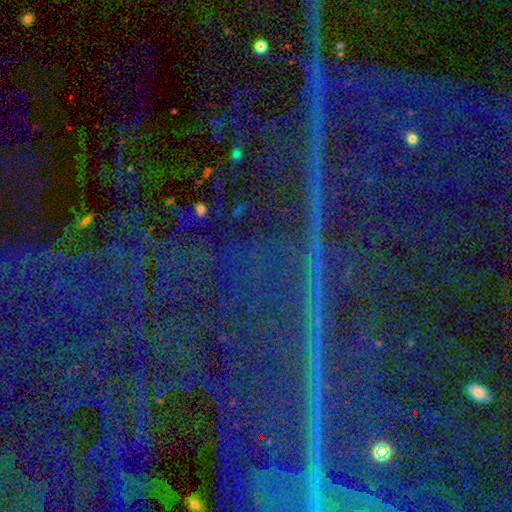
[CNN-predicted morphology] smooth_or_featured: star or artifact (p=0.87) [alt: featured or disk p=0.08]